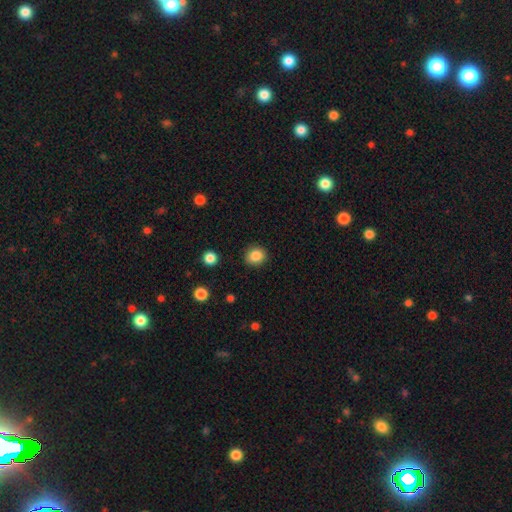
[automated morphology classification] Smooth or featured?
  - smooth: 86% *
  - star or artifact: 10%
  - featured or disk: 4%
How rounded?
  - round: 75% *
  - in between: 24%
  - cigar-shaped: 1%
Merging?
  - none: 88% *
  - minor disturbance: 8%
  - major disturbance: 2%
  - merger: 1%